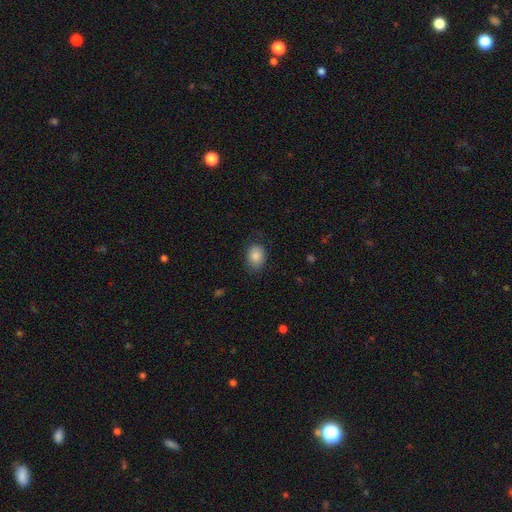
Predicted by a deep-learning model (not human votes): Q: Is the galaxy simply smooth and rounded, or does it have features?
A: smooth — 85%.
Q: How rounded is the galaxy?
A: in between — 66%.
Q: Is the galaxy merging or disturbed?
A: none — 77%.